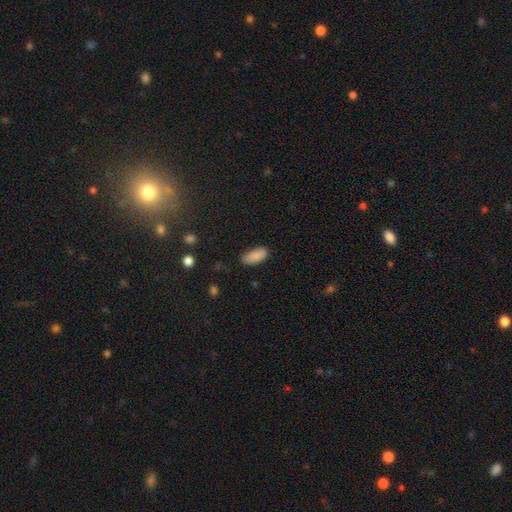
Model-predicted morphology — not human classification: The model was most divided on "merging": none: 84%, minor disturbance: 13%, major disturbance: 3%, merger: 1%. More confident: how rounded — in between (92%); smooth or featured — smooth (88%).